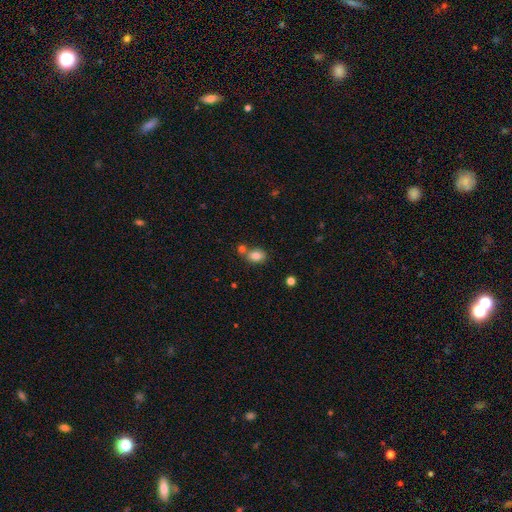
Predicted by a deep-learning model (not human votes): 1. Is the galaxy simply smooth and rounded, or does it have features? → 82% smooth, 9% star or artifact, 8% featured or disk.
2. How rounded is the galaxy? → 78% in between, 21% round, 1% cigar-shaped.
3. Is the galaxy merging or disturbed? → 59% none, 25% merger, 13% minor disturbance, 4% major disturbance.